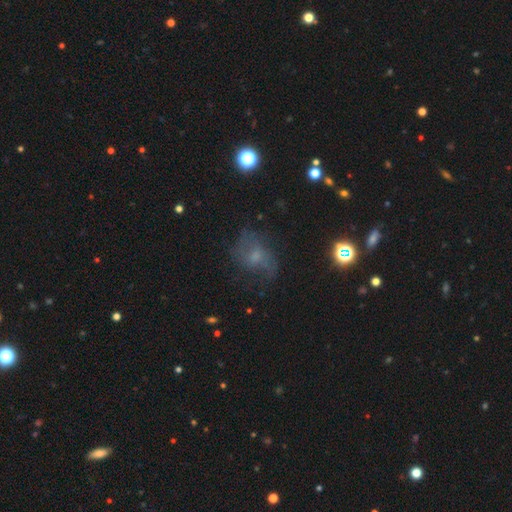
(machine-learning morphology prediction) smooth-or-featured: featured or disk: 49% | smooth: 33% | star or artifact: 18%
  merging: none: 53% | major disturbance: 22% | minor disturbance: 22% | merger: 2%